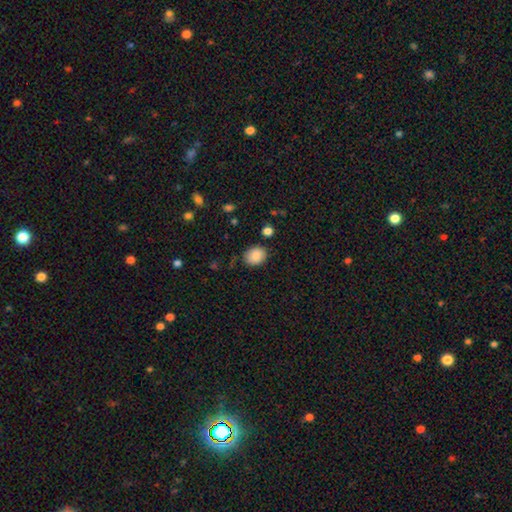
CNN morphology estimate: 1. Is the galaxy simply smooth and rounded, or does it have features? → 86% smooth, 8% star or artifact, 6% featured or disk.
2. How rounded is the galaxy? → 52% round, 47% in between, 1% cigar-shaped.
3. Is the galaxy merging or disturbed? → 82% none, 13% minor disturbance, 3% major disturbance, 2% merger.